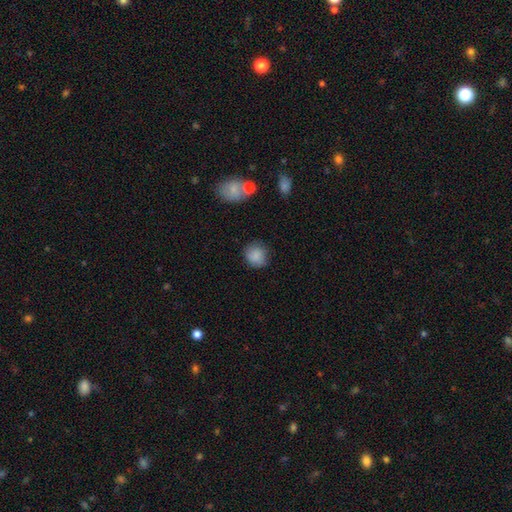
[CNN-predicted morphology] type=smooth (86%); roundness=round (86%); merging=none (82%).